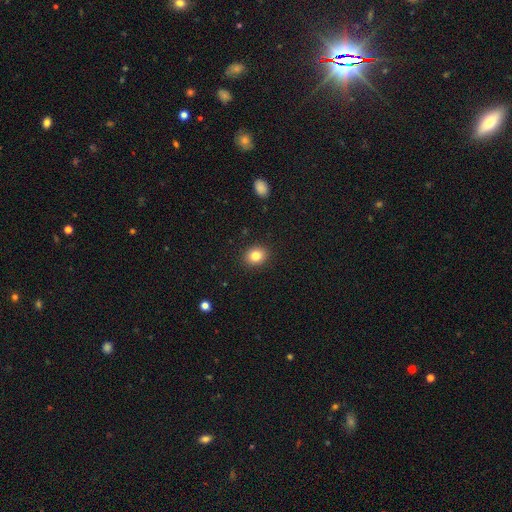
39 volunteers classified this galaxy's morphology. Smooth or featured? smooth (85%)
How rounded? round (55%)
Merging? none (91%)